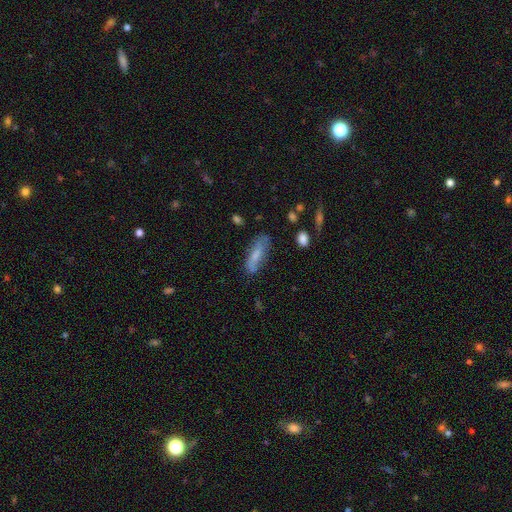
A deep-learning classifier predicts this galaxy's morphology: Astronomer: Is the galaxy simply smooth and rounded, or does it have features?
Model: smooth — 67%.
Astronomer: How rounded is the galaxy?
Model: cigar-shaped — 50% (runner-up: in between, 48%).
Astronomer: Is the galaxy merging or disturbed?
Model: none — 67%.